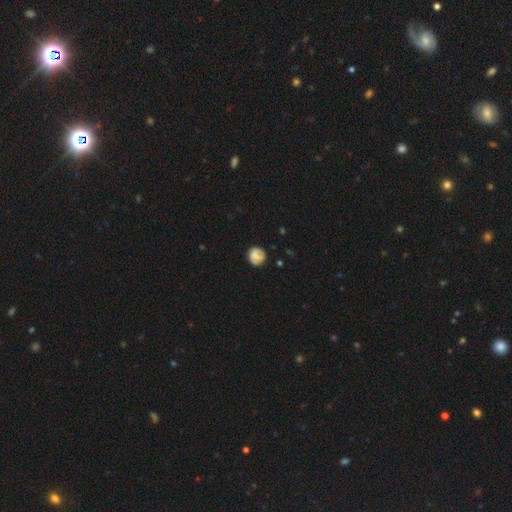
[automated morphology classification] smooth 63%, featured or disk 29%, star or artifact 9%. Down the decision tree: how rounded — round (89%); merging — none (74%).